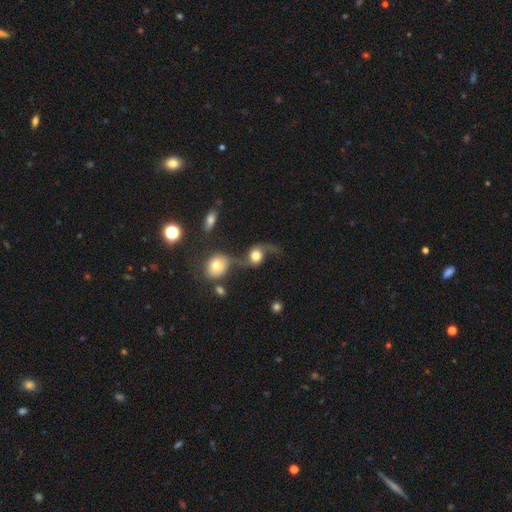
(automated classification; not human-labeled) Morphology: type=featured or disk (51%); edge-on=no (95%); merging=none (35%).